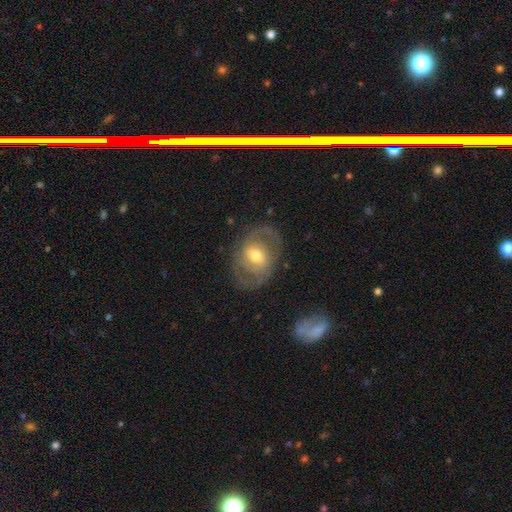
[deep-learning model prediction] Smooth or featured? Predicted: featured or disk (p=0.70). Edge-on disk? Predicted: no (p=0.95). Bar? Predicted: weak (p=0.43). Spiral arms? Predicted: yes (p=0.71). Bulge size? Predicted: moderate (p=0.69). Merging? Predicted: none (p=0.70).